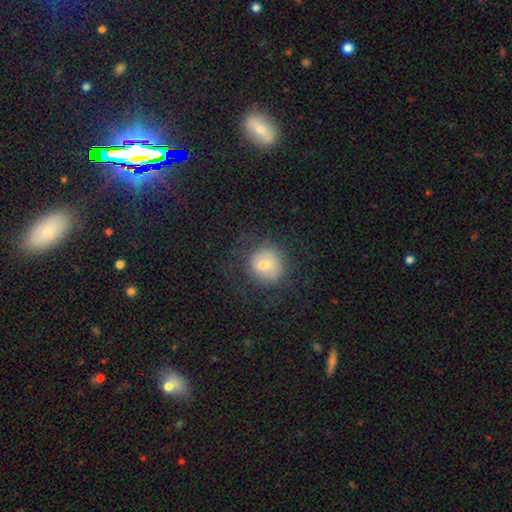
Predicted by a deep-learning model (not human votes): Q: Smooth or featured?
A: smooth (49%); runner-up: featured or disk (28%)
Q: Merging?
A: none (75%); runner-up: minor disturbance (15%)